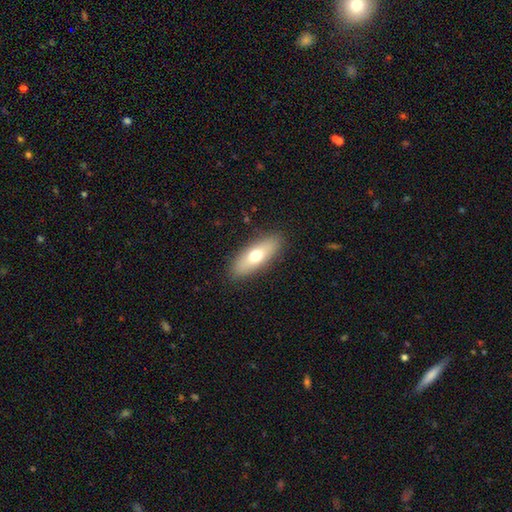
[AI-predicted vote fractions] Smooth or featured? Predicted: smooth (p=0.66). How rounded? Predicted: in between (p=0.67). Merging? Predicted: none (p=0.87).